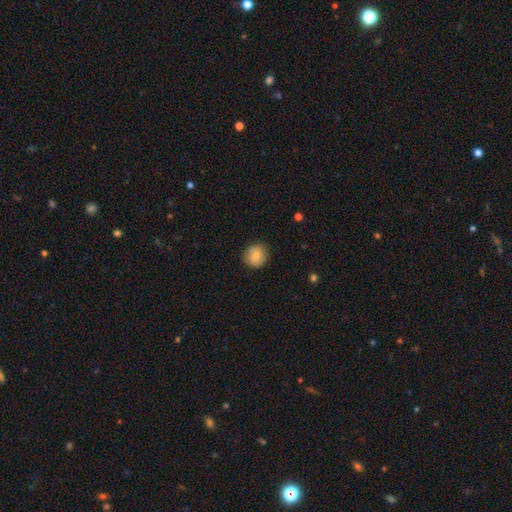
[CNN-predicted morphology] Smooth or featured? smooth (80%)
How rounded? round (87%)
Merging? none (87%)